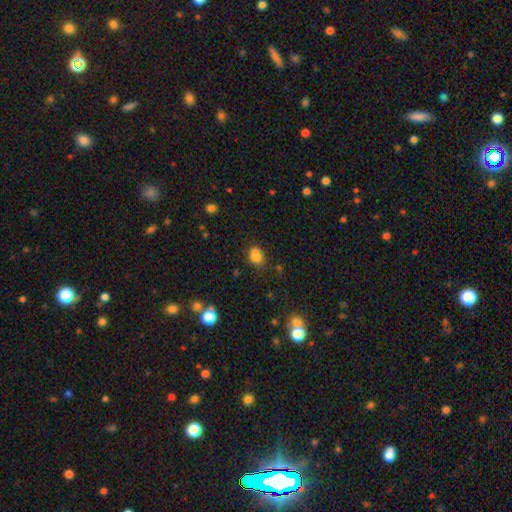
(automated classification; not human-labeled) Smooth or featured: smooth — 72% (star or artifact — 15%)
How rounded: round — 58% (in between — 41%)
Merging: merger — 44% (none — 41%)